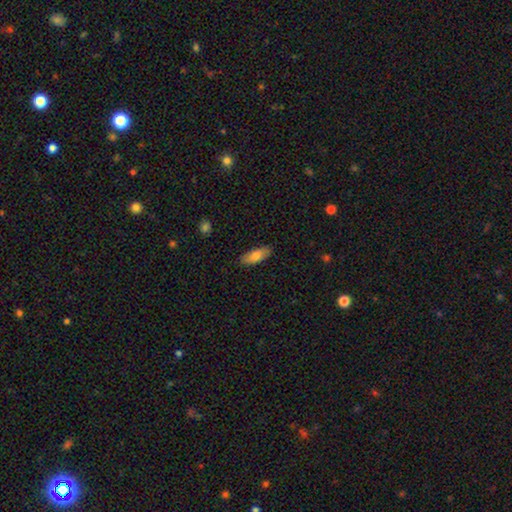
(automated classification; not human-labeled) Overall: smooth (78%). How rounded: in between (67%; cigar-shaped 31%). Merging: none (86%).